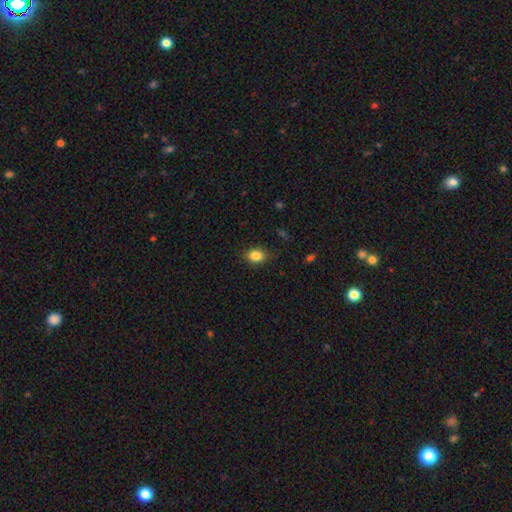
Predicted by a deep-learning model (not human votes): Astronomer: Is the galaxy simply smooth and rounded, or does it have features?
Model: smooth — 85%.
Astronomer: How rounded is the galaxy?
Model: in between — 63%.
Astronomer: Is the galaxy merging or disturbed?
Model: none — 81%.